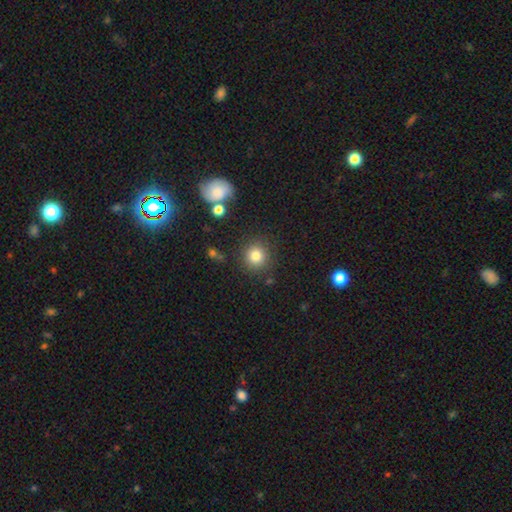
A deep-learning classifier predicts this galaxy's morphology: The model was most divided on "smooth or featured": smooth: 82%, star or artifact: 12%, featured or disk: 7%. More confident: how rounded — round (91%); merging — none (86%).